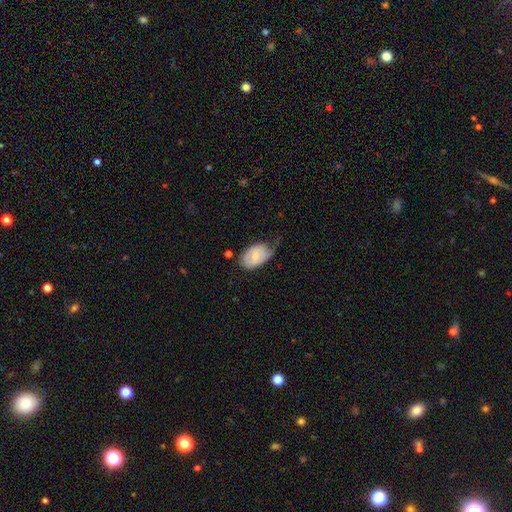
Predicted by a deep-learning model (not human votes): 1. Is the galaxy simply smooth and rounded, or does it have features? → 65% smooth, 29% featured or disk, 6% star or artifact.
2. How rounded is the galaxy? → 89% in between, 9% round, 1% cigar-shaped.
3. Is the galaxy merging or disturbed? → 41% minor disturbance, 32% none, 24% major disturbance, 3% merger.